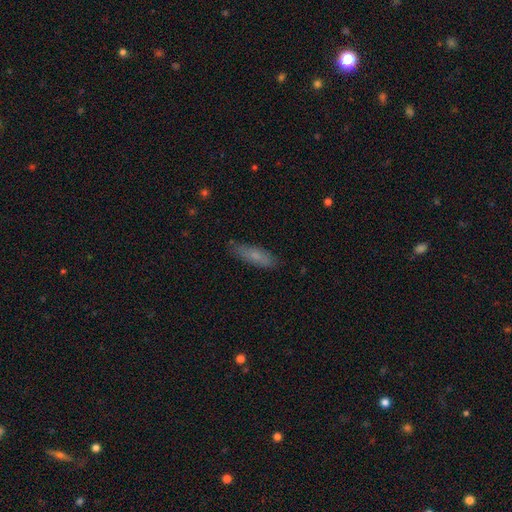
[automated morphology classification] This is likely a smooth galaxy (72%). How rounded: possibly cigar-shaped (59%). Merging: clearly none (82%).